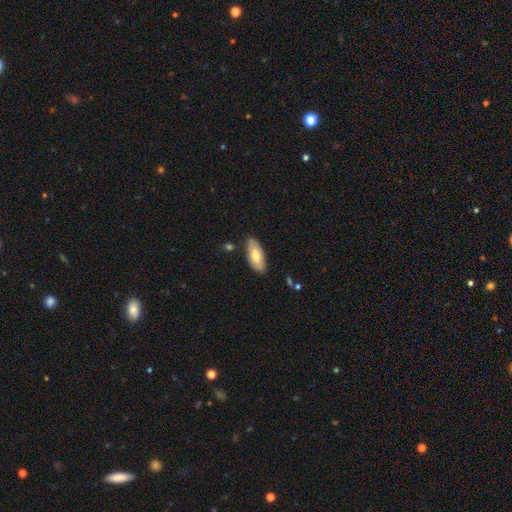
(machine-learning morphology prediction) Smooth or featured: smooth — 67% (featured or disk — 27%)
How rounded: in between — 88% (cigar-shaped — 10%)
Merging: none — 82% (minor disturbance — 13%)